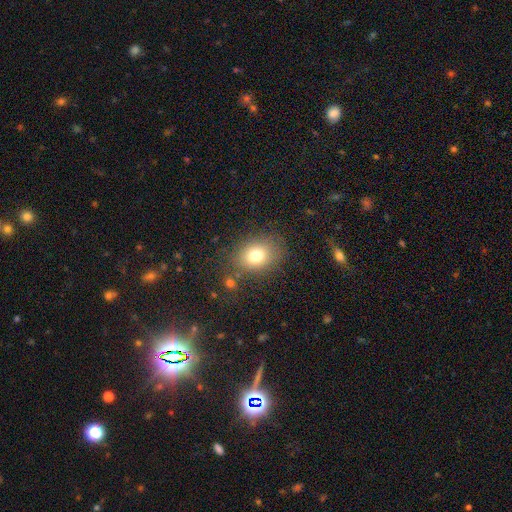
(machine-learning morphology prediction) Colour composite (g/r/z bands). It shows a smooth galaxy with no disk features (77%) that is in between round and cigar-shaped (54%). Merging: none (79%).